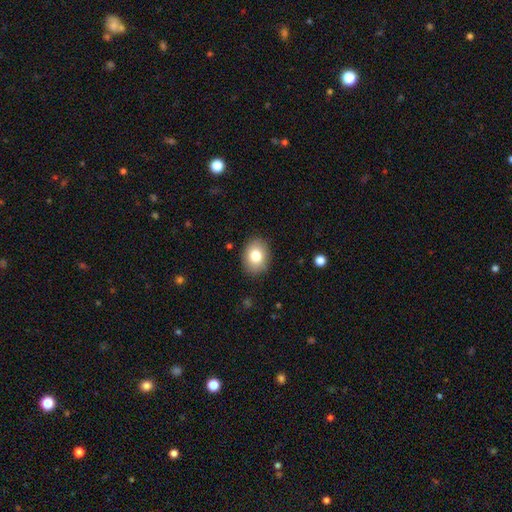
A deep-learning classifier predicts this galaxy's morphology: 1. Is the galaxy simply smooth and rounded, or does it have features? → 81% smooth, 11% featured or disk, 9% star or artifact.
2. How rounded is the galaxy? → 61% in between, 38% round, 1% cigar-shaped.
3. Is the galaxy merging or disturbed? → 87% none, 9% minor disturbance, 2% major disturbance, 1% merger.